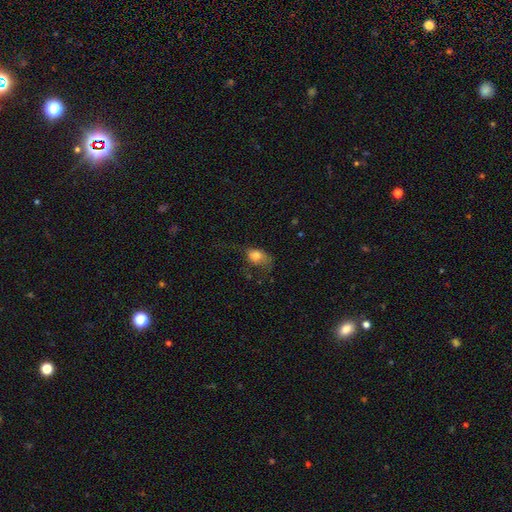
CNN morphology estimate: smooth_or_featured: smooth (p=0.76) [alt: featured or disk p=0.15]
how_rounded: in between (p=0.77) [alt: round p=0.21]
merging: major disturbance (p=0.41) [alt: none p=0.28]